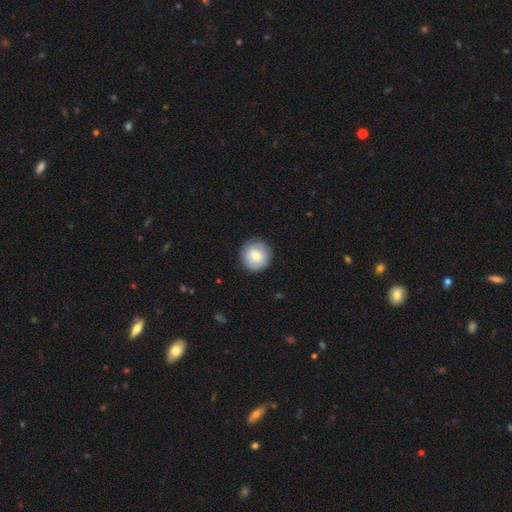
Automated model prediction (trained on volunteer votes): A smooth galaxy with no disk features (69%) that is round (93%).

Vote fractions:
- Smooth or featured? smooth: 69% / featured or disk: 24% / star or artifact: 7%
- How rounded? round: 93% / in between: 6% / cigar-shaped: 1%
- Merging? none: 86% / minor disturbance: 11% / major disturbance: 3% / merger: 1%